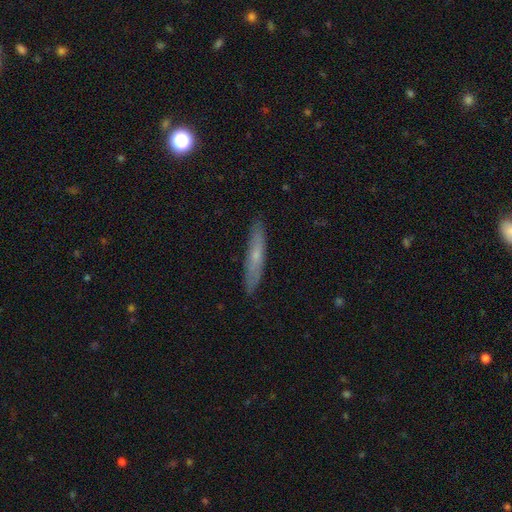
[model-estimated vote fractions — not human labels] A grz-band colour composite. It shows a smooth galaxy with no disk features (50%). Merging: none (87%).